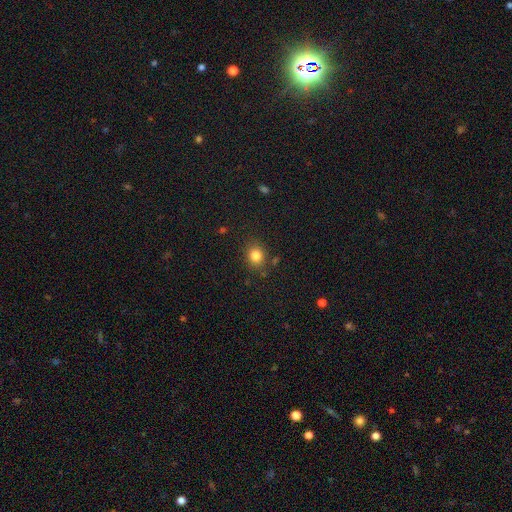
This appears to be a smooth galaxy with no disk features (87%) that is round (71%). Merging: none (81%).